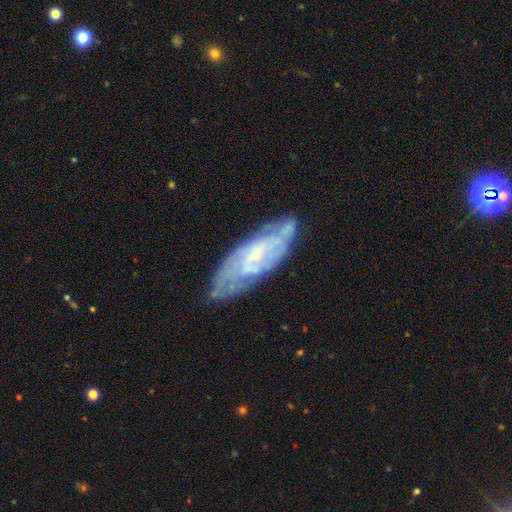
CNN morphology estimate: This is likely a featured or disk galaxy (72%). It is clearly not viewed edge-on (83%). Bar: possibly no (54%). Spiral arm pattern: clearly yes (82%). Central bulge: likely small (71%). Merging: likely none (67%).